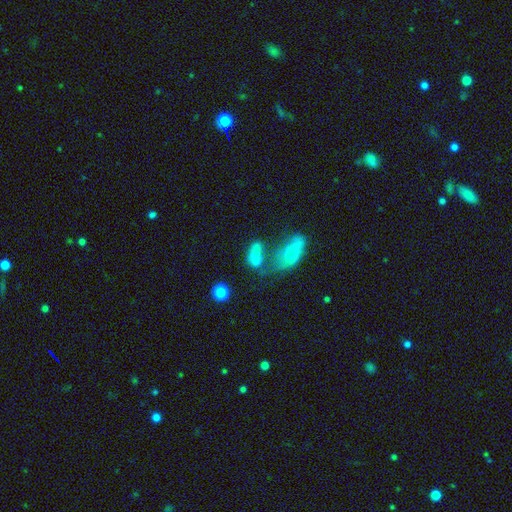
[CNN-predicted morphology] smooth 69%, featured or disk 16%, star or artifact 15%. Down the decision tree: how rounded — in between (77%); merging — merger (45%).